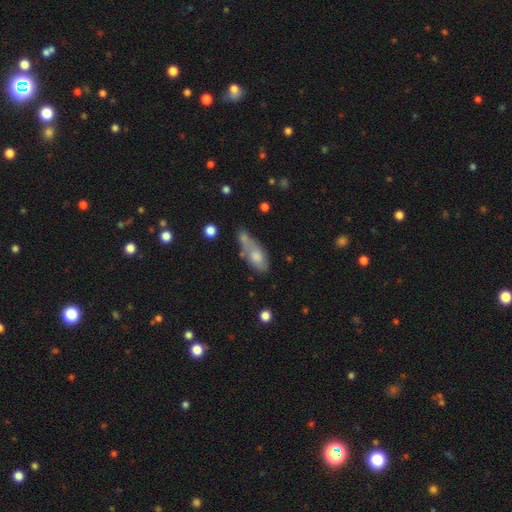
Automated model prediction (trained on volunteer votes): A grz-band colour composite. It shows a smooth galaxy with no disk features (64%) that is in between round and cigar-shaped (78%). Merging: none (37%).